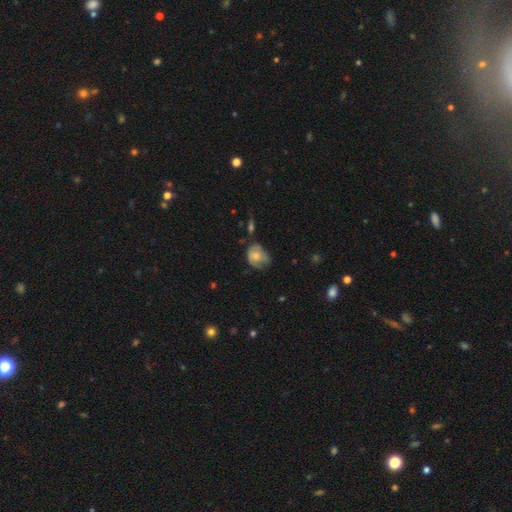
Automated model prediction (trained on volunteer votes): A smooth galaxy with no disk features (61%) that is round (51%).

Vote fractions:
- Smooth or featured? smooth: 61% / featured or disk: 31% / star or artifact: 8%
- How rounded? round: 51% / in between: 48% / cigar-shaped: 1%
- Merging? none: 40% / minor disturbance: 39% / major disturbance: 17% / merger: 4%